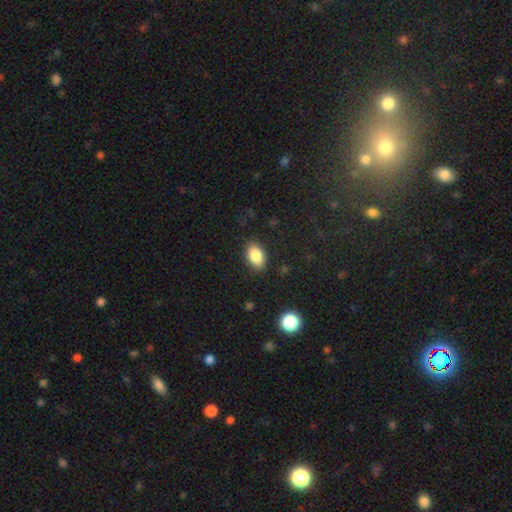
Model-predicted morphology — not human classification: A smooth galaxy with no disk features (84%) that is in between round and cigar-shaped (90%).

Vote fractions:
- Smooth or featured? smooth: 84% / star or artifact: 8% / featured or disk: 8%
- How rounded? in between: 90% / round: 9% / cigar-shaped: 2%
- Merging? none: 85% / minor disturbance: 11% / major disturbance: 3% / merger: 1%